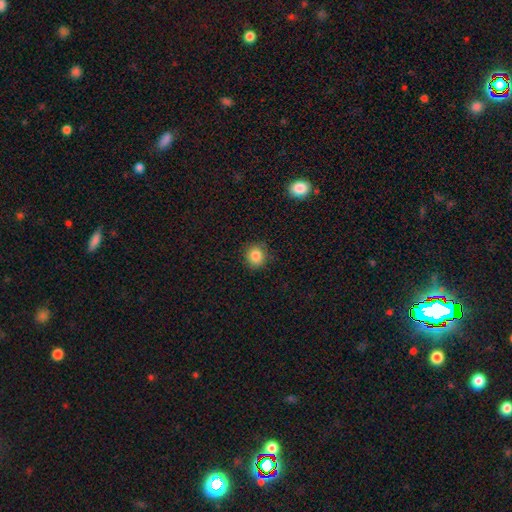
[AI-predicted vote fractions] smooth-or-featured: smooth: 84% | star or artifact: 11% | featured or disk: 5%
  how-rounded: round: 88% | in between: 11% | cigar-shaped: 1%
  merging: none: 88% | minor disturbance: 9% | major disturbance: 2% | merger: 1%